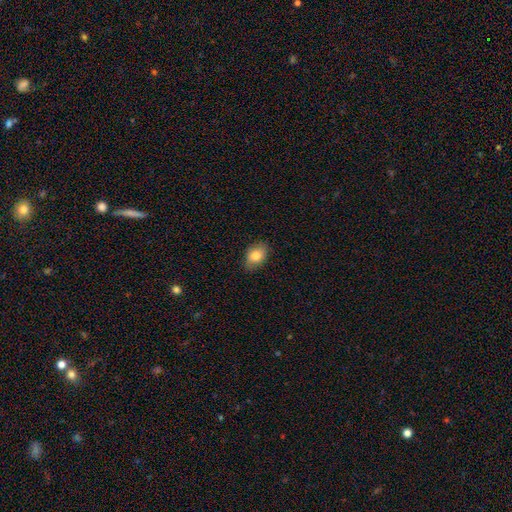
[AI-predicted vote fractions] Smooth or featured: smooth — 81% (featured or disk — 11%)
How rounded: in between — 81% (round — 17%)
Merging: none — 83% (minor disturbance — 13%)